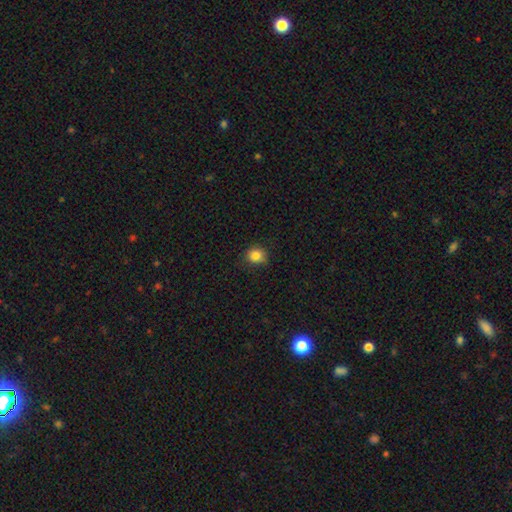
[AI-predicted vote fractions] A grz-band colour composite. It shows a smooth galaxy with no disk features (84%) that is round (86%). Merging: none (81%).